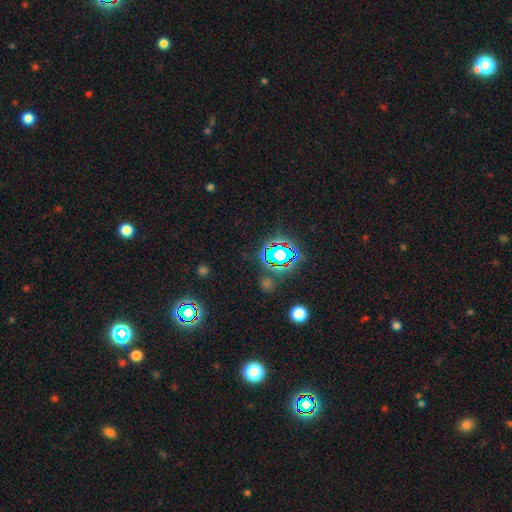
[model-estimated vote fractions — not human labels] This is clearly a star or artifact rather than a galaxy (80%).